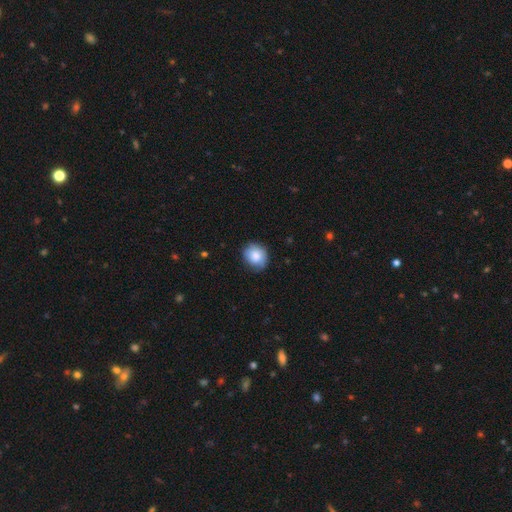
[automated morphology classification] smooth 83%, featured or disk 10%, star or artifact 7%. Down the decision tree: how rounded — round (72%); merging — none (74%).